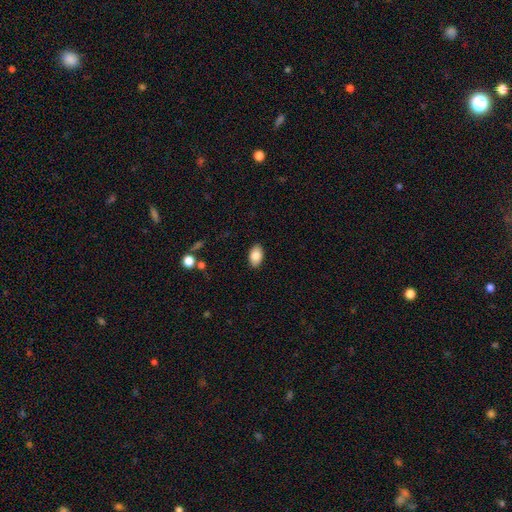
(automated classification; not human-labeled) Overall: smooth (86%). How rounded: in between (92%). Merging: none (88%).